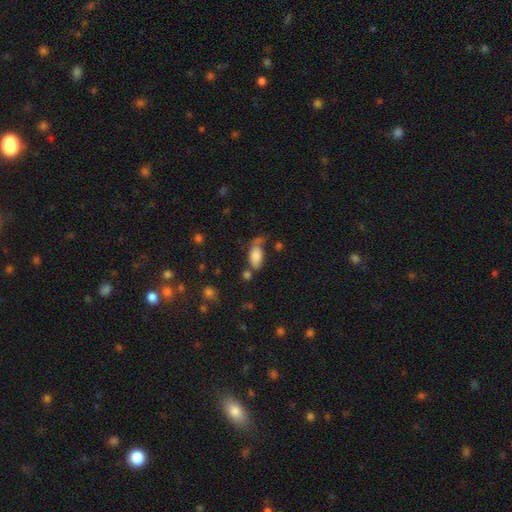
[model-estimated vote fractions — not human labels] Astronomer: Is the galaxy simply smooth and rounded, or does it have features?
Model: smooth — 80%.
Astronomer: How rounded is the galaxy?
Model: in between — 89%.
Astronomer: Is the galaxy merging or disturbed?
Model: none — 39% (runner-up: minor disturbance, 27%).